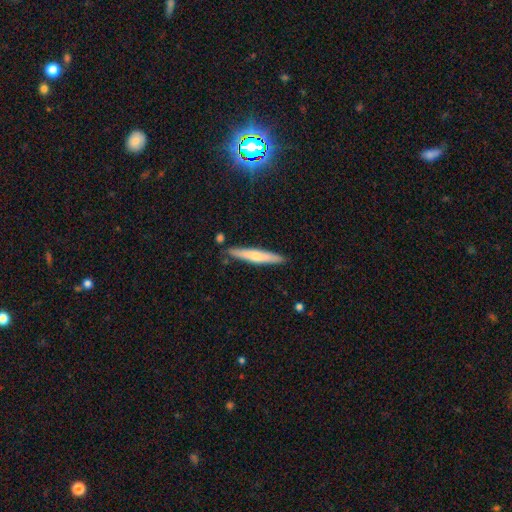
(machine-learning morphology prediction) Smooth or featured: smooth — 53% (featured or disk — 40%)
How rounded: cigar-shaped — 93% (in between — 6%)
Merging: none — 87% (minor disturbance — 9%)